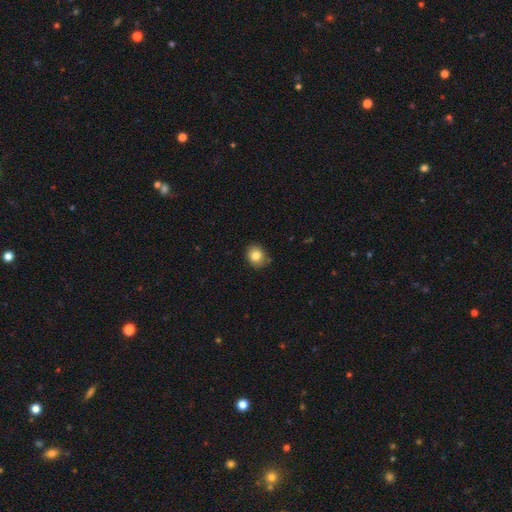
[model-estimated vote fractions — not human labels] This appears to be a smooth galaxy with no disk features (82%) that is round (68%). Merging: none (85%).